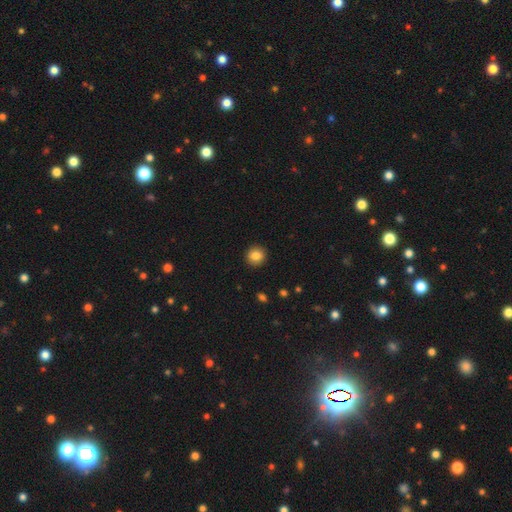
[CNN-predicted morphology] Smooth or featured?
  - smooth: 85% *
  - star or artifact: 9%
  - featured or disk: 6%
How rounded?
  - round: 92% *
  - in between: 7%
  - cigar-shaped: 1%
Merging?
  - none: 92% *
  - minor disturbance: 5%
  - major disturbance: 2%
  - merger: 1%